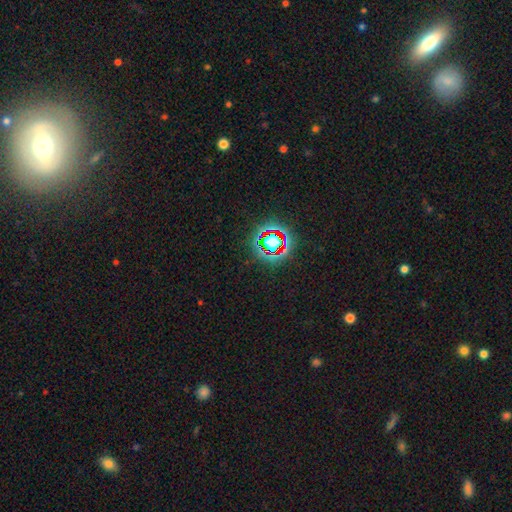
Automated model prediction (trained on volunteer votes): smooth_or_featured: star or artifact (p=0.77) [alt: smooth p=0.12]